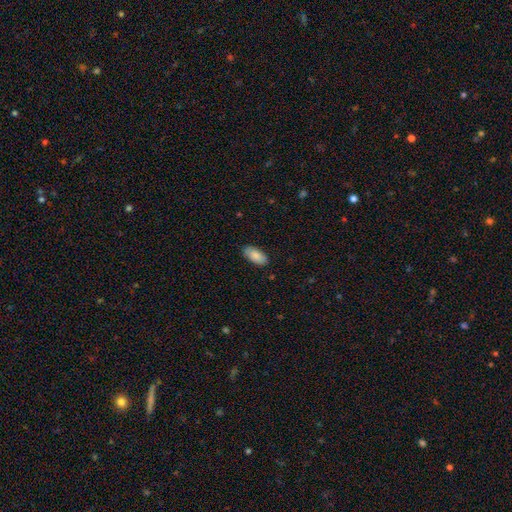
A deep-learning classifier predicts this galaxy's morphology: smooth-or-featured: smooth: 88% | featured or disk: 6% | star or artifact: 6%
  how-rounded: in between: 93% | cigar-shaped: 5% | round: 2%
  merging: none: 88% | minor disturbance: 9% | major disturbance: 2% | merger: 1%